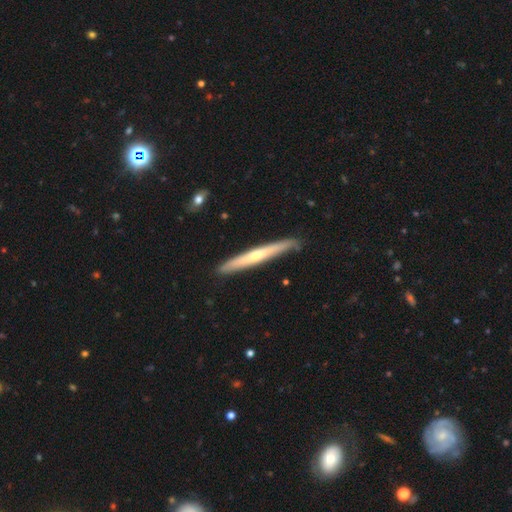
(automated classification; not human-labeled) smooth_or_featured: featured or disk (p=0.55) [alt: smooth p=0.40]
disk_edge_on: yes (p=0.95) [alt: no p=0.05]
edge_on_bulge: rounded (p=0.61) [alt: none p=0.35]
merging: none (p=0.87) [alt: minor disturbance p=0.10]